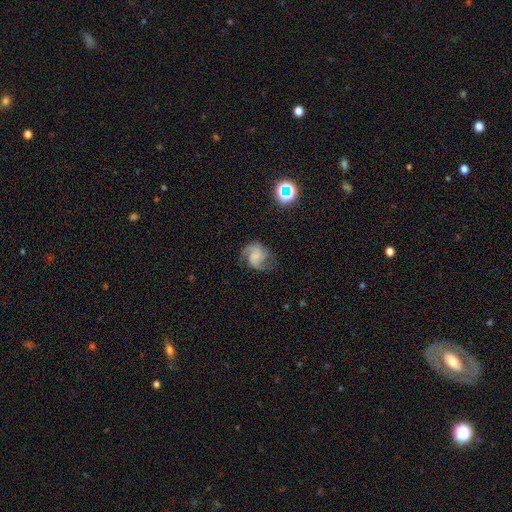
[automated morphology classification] The model was most divided on "bulge size": none: 44%, small: 28%, moderate: 17%, large: 9%, dominant: 3%. Remaining: edge-on disk — no (98%); spiral arms — yes (95%); smooth or featured — featured or disk (71%); spiral arm count — 2 (68%); bar — no (65%); merging — none (65%); spiral winding — medium (49%).